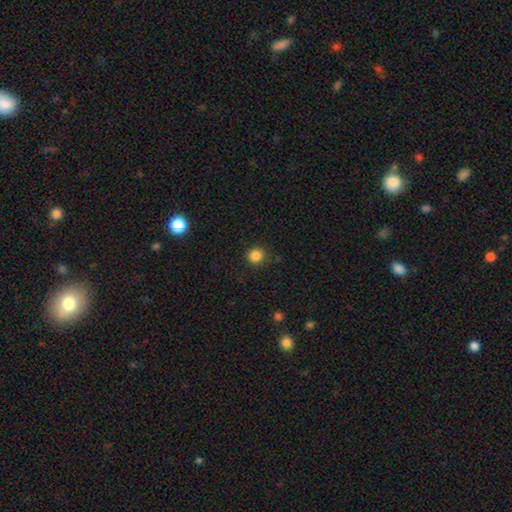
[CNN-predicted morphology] This appears to be a smooth galaxy with no disk features (85%) that is round (93%). Merging: none (88%).